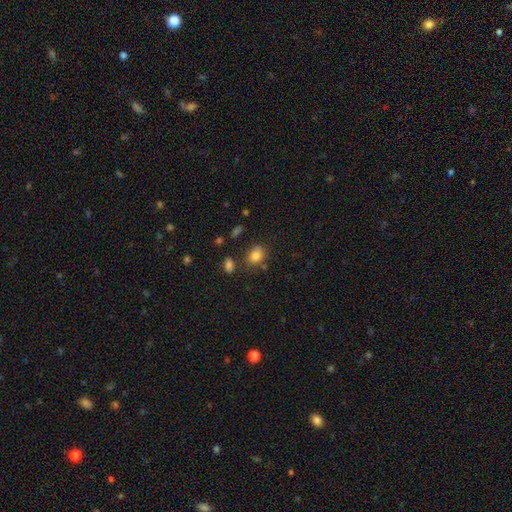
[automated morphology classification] Smooth or featured?
  - smooth: 82% *
  - star or artifact: 10%
  - featured or disk: 7%
How rounded?
  - in between: 59% *
  - round: 40%
  - cigar-shaped: 1%
Merging?
  - none: 73% *
  - minor disturbance: 16%
  - merger: 7%
  - major disturbance: 4%